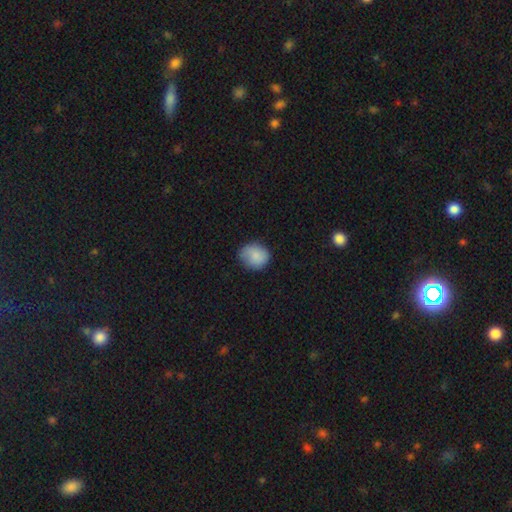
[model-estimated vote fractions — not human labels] Overall: smooth (86%). How rounded: round (75%). Merging: none (76%).